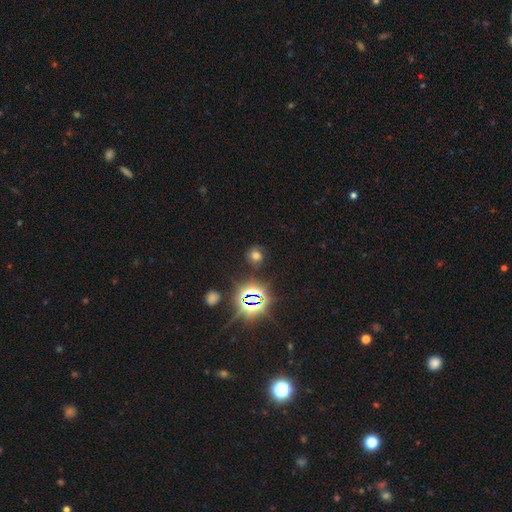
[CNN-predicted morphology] smooth_or_featured: smooth (p=0.57) [alt: star or artifact p=0.34]
how_rounded: round (p=0.78) [alt: in between p=0.20]
merging: none (p=0.80) [alt: minor disturbance p=0.13]